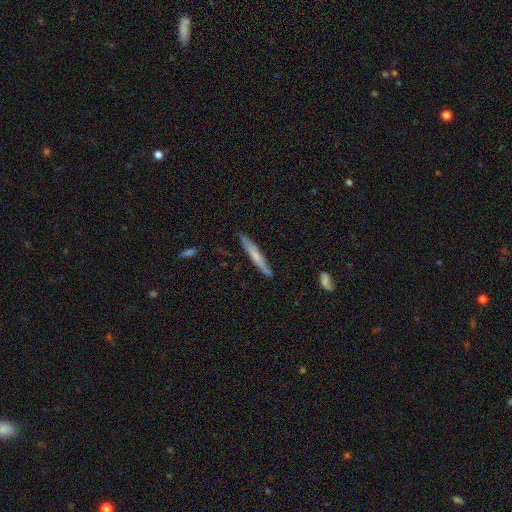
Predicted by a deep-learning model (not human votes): Smooth or featured? smooth (52%)
How rounded? cigar-shaped (94%)
Merging? none (83%)